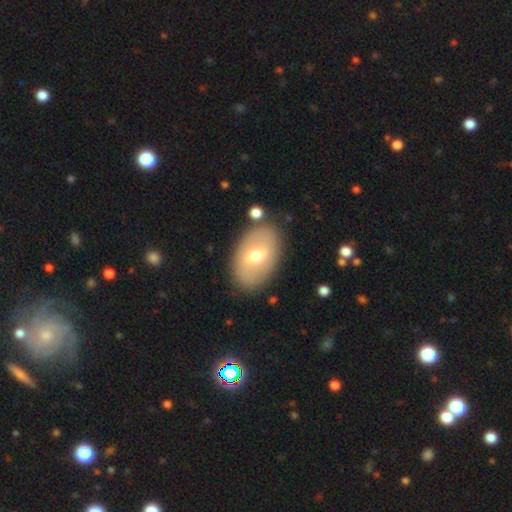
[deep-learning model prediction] A smooth galaxy with no disk features (56%) that is in between round and cigar-shaped (88%).

Vote fractions:
- Smooth or featured? smooth: 56% / featured or disk: 36% / star or artifact: 8%
- How rounded? in between: 88% / round: 10% / cigar-shaped: 1%
- Merging? none: 85% / minor disturbance: 10% / major disturbance: 3% / merger: 2%